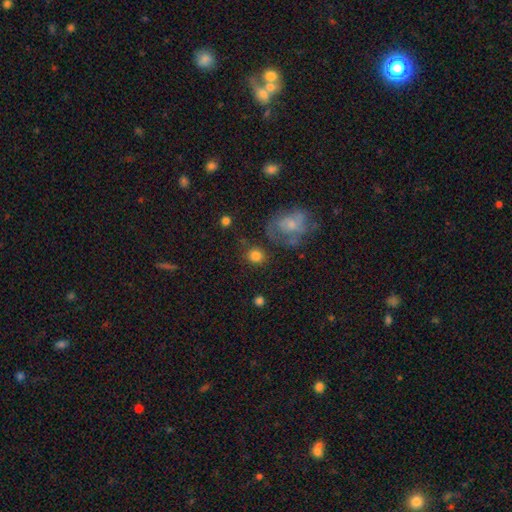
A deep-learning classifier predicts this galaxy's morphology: A smooth galaxy with no disk features (80%) that is round (79%). Merging: none (72%).